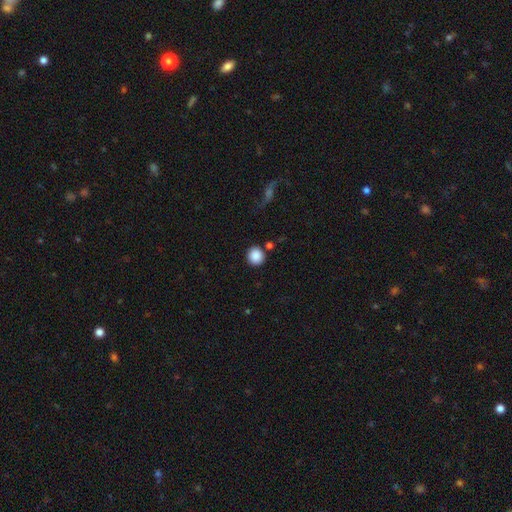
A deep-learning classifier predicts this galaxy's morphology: Smooth or featured: smooth — 88% (star or artifact — 9%)
How rounded: round — 91% (in between — 8%)
Merging: none — 84% (minor disturbance — 8%)